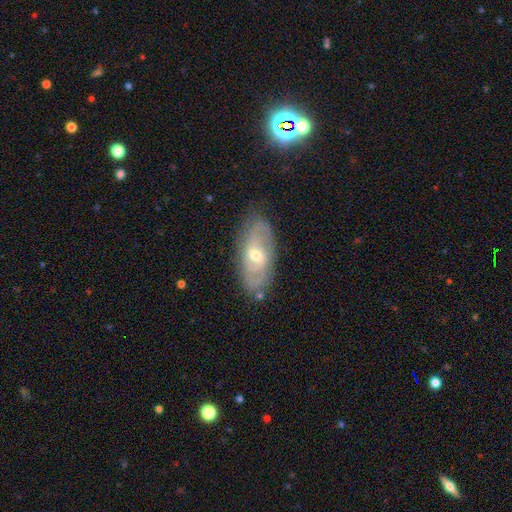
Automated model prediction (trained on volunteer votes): Smooth or featured? featured or disk (76%)
Edge-on disk? no (91%)
Bar? weak (49%)
Spiral arms? yes (88%)
Spiral winding? tight (46%)
Spiral arm count? 2 (57%)
Bulge size? moderate (58%)
Merging? none (80%)